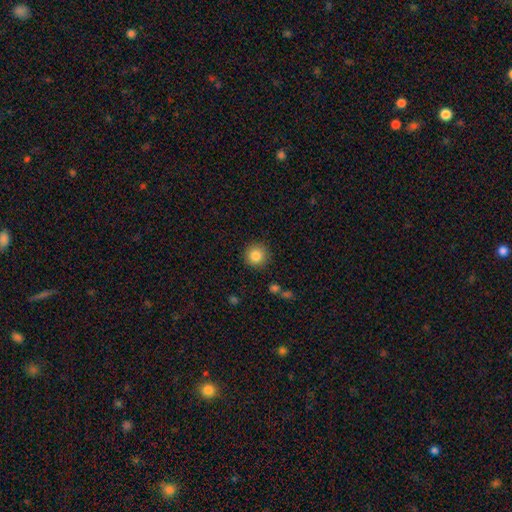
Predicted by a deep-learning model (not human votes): The model was most divided on "smooth or featured": smooth: 84%, star or artifact: 10%, featured or disk: 6%. More confident: how rounded — round (94%); merging — none (90%).